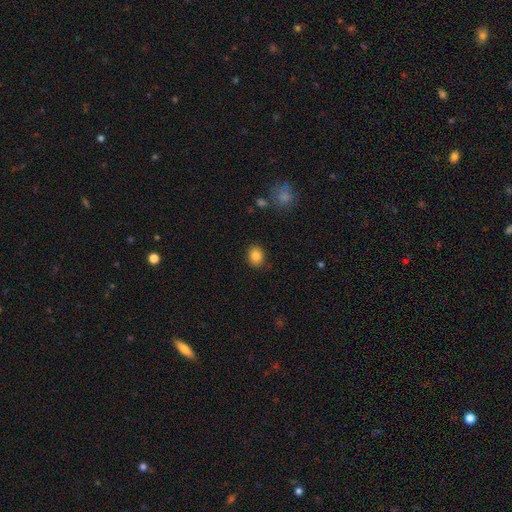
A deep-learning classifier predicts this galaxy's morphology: smooth-or-featured: smooth: 84% | star or artifact: 10% | featured or disk: 6%
  how-rounded: round: 56% | in between: 43% | cigar-shaped: 1%
  merging: none: 87% | minor disturbance: 9% | major disturbance: 2% | merger: 1%